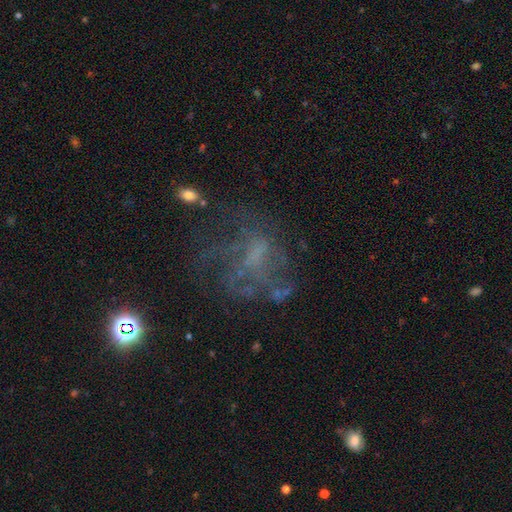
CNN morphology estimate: Smooth or featured? featured or disk (57%)
Edge-on disk? no (97%)
Bar? no (69%)
Spiral arms? no (56%)
Bulge size? none (59%)
Merging? none (47%)